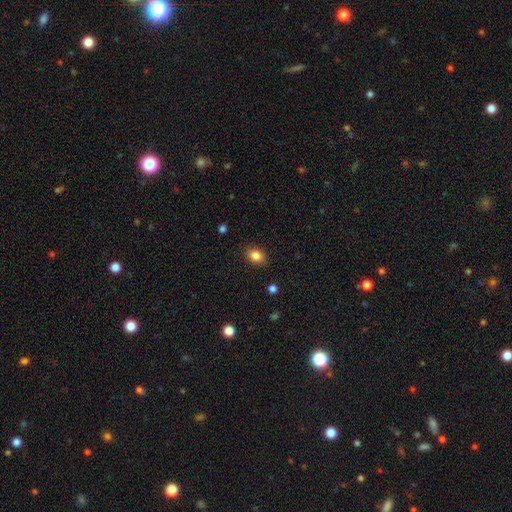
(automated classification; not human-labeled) A smooth galaxy with no disk features (85%) that is in between round and cigar-shaped (75%).

Vote fractions:
- Smooth or featured? smooth: 85% / star or artifact: 9% / featured or disk: 6%
- How rounded? in between: 75% / round: 24% / cigar-shaped: 1%
- Merging? none: 86% / minor disturbance: 10% / major disturbance: 2% / merger: 1%